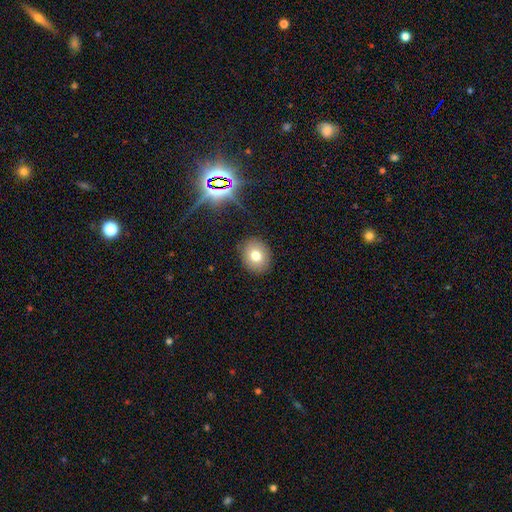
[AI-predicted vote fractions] This appears to be a smooth galaxy with no disk features (75%) that is round (65%). Merging: none (89%).